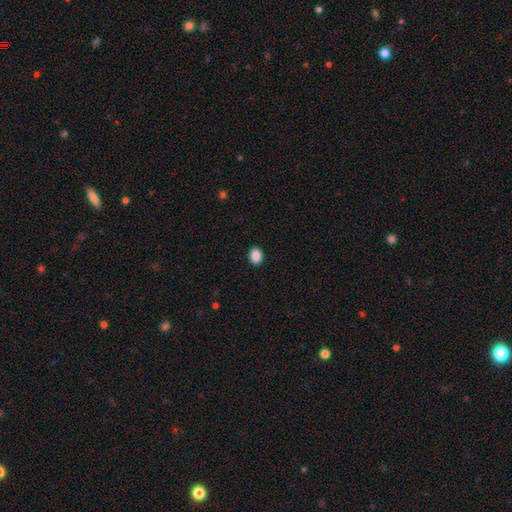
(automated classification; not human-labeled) A smooth galaxy with no disk features (89%) that is in between round and cigar-shaped (62%).

Vote fractions:
- Smooth or featured? smooth: 89% / star or artifact: 9% / featured or disk: 2%
- How rounded? in between: 62% / round: 37% / cigar-shaped: 1%
- Merging? none: 91% / minor disturbance: 7% / major disturbance: 2% / merger: 1%